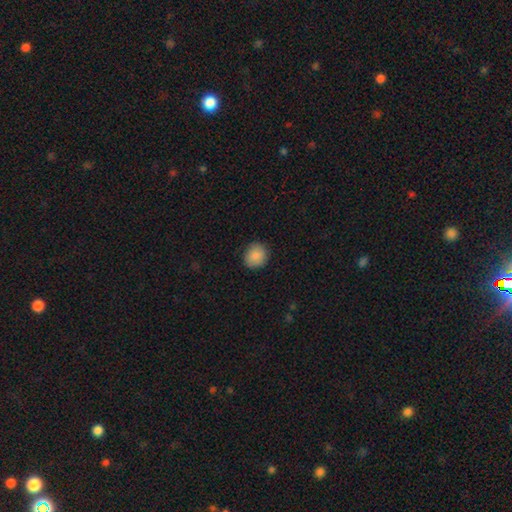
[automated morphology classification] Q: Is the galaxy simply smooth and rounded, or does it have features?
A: smooth — 88%.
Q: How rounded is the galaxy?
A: round — 87%.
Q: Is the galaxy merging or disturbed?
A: none — 89%.